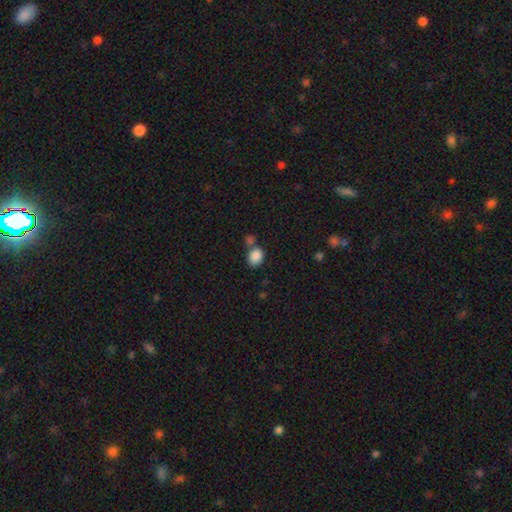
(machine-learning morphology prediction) Q: Smooth or featured?
A: smooth (87%); runner-up: star or artifact (9%)
Q: How rounded?
A: in between (61%); runner-up: round (38%)
Q: Merging?
A: none (55%); runner-up: merger (27%)